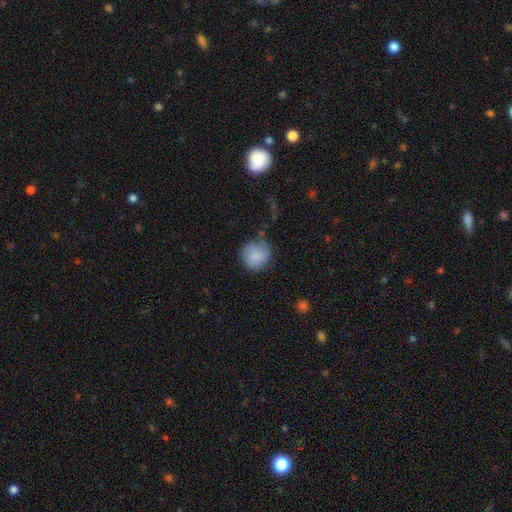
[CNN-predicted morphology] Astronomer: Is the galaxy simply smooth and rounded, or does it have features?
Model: smooth — 81%.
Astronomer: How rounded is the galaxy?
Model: round — 89%.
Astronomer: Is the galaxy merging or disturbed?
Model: none — 68%.